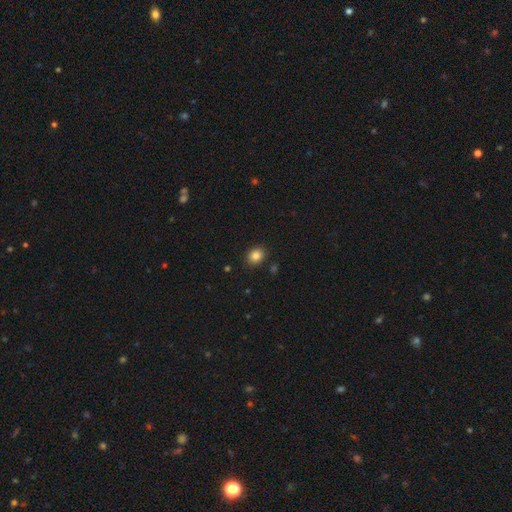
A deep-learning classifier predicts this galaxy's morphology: This appears to be a smooth galaxy with no disk features (85%) that is round (54%). Merging: none (87%).